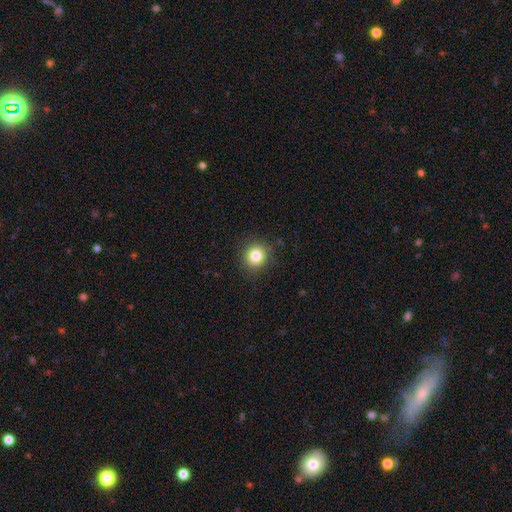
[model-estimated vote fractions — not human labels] Q: Smooth or featured?
A: smooth (82%); runner-up: star or artifact (11%)
Q: How rounded?
A: round (89%); runner-up: in between (10%)
Q: Merging?
A: none (89%); runner-up: minor disturbance (8%)